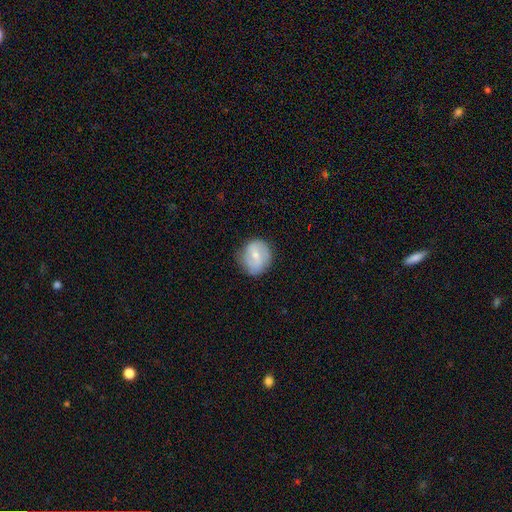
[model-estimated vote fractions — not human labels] Smooth or featured? Predicted: smooth (p=0.47). Merging? Predicted: none (p=0.75).